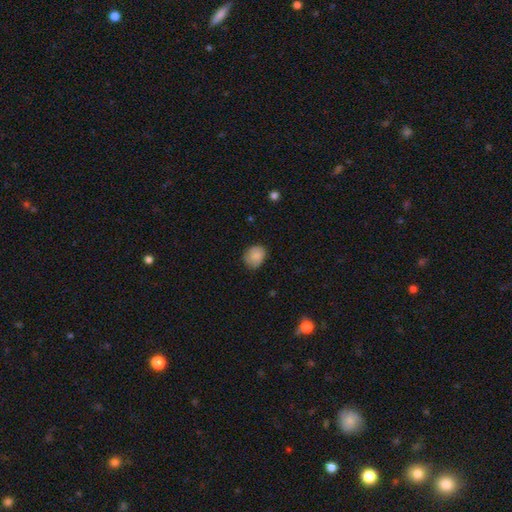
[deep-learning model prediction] Overall: smooth (83%). How rounded: round (51%; in between 48%). Merging: none (71%).